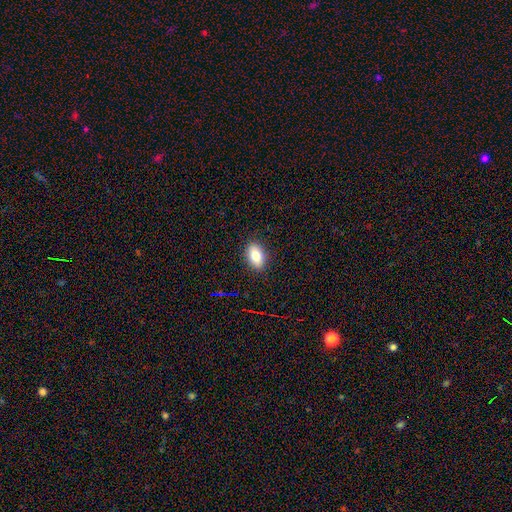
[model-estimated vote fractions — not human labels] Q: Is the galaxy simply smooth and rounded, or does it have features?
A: smooth — 81%.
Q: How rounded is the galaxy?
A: in between — 88%.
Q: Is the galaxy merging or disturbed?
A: none — 88%.